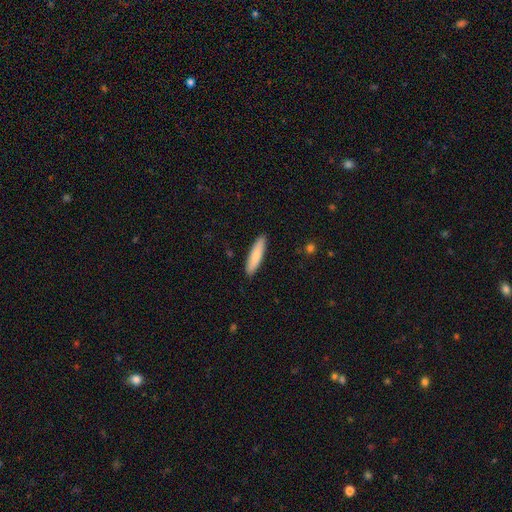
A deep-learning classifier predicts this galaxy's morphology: smooth_or_featured: smooth (p=0.83) [alt: featured or disk p=0.12]
how_rounded: cigar-shaped (p=0.79) [alt: in between p=0.20]
merging: none (p=0.90) [alt: minor disturbance p=0.07]